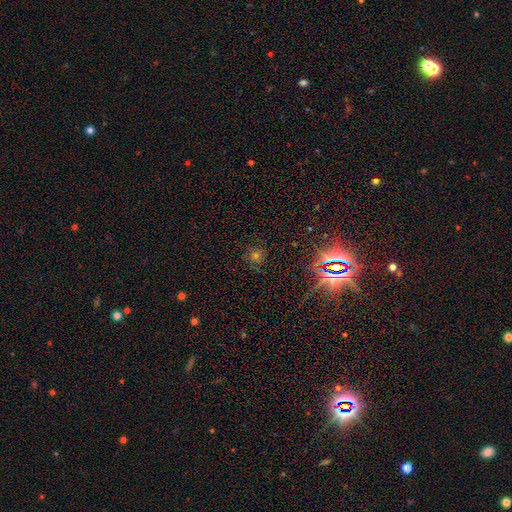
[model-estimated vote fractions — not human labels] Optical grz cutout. It shows a star or artifact, not a galaxy (50%).